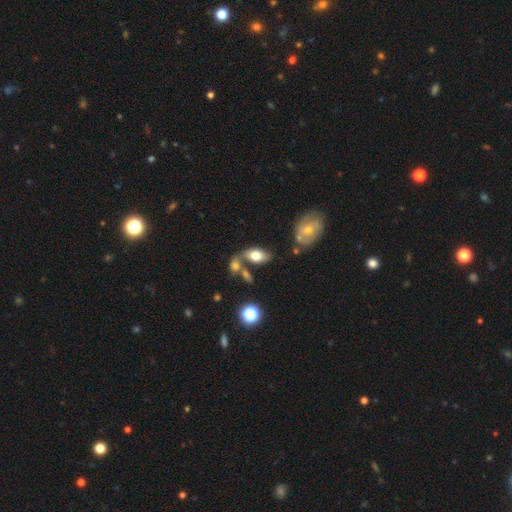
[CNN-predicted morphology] This is likely a smooth galaxy (71%). How rounded: clearly in between (90%). Merging: possibly none (51%).